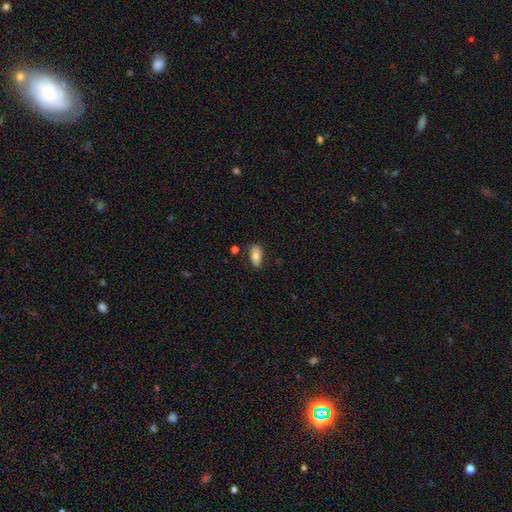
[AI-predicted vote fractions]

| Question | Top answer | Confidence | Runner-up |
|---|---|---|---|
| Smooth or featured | smooth | 78% | featured or disk (15%) |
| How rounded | in between | 91% | cigar-shaped (5%) |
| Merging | none | 79% | minor disturbance (15%) |